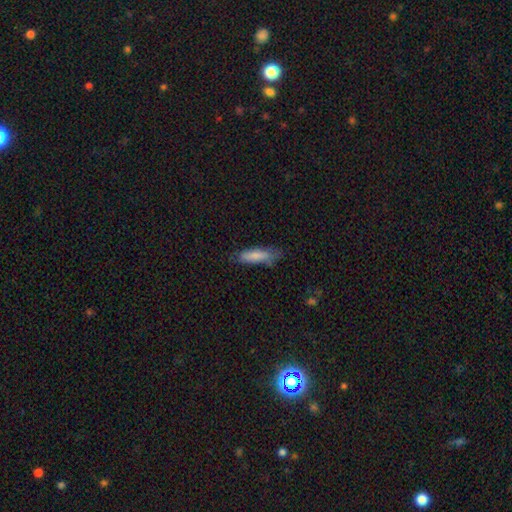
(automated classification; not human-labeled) Smooth or featured? smooth (81%)
How rounded? cigar-shaped (59%)
Merging? none (64%)